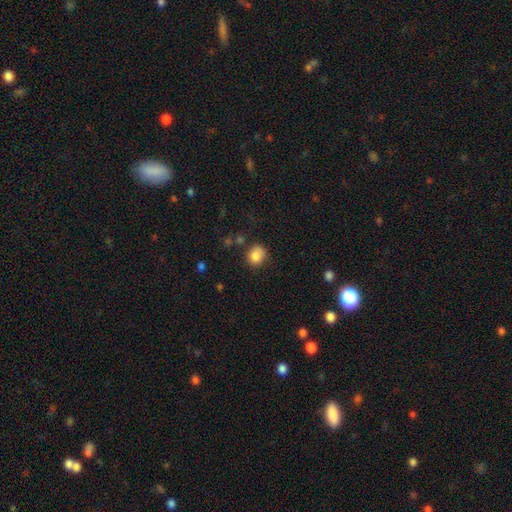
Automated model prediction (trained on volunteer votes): This appears to be a smooth galaxy with no disk features (84%) that is round (72%). Merging: none (73%).